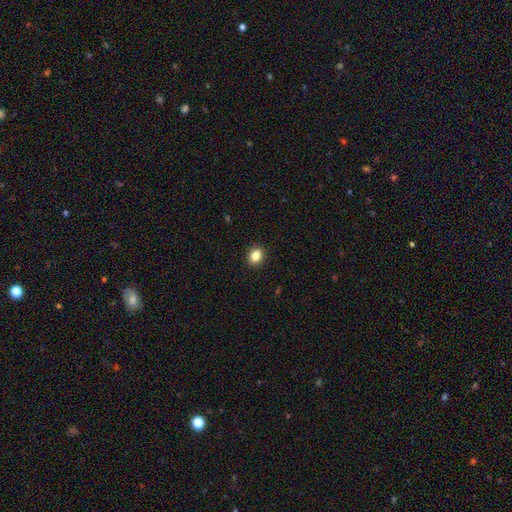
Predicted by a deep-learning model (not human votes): smooth_or_featured: smooth (p=0.84) [alt: star or artifact p=0.10]
how_rounded: round (p=0.54) [alt: in between p=0.45]
merging: none (p=0.92) [alt: minor disturbance p=0.06]